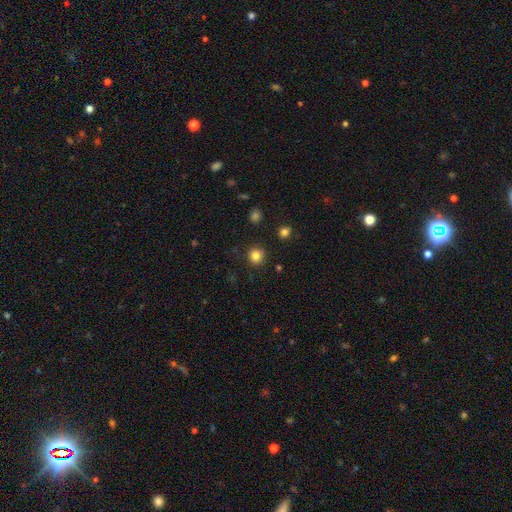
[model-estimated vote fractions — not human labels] smooth 83%, star or artifact 12%, featured or disk 5%. Down the decision tree: how rounded — round (92%); merging — none (90%).